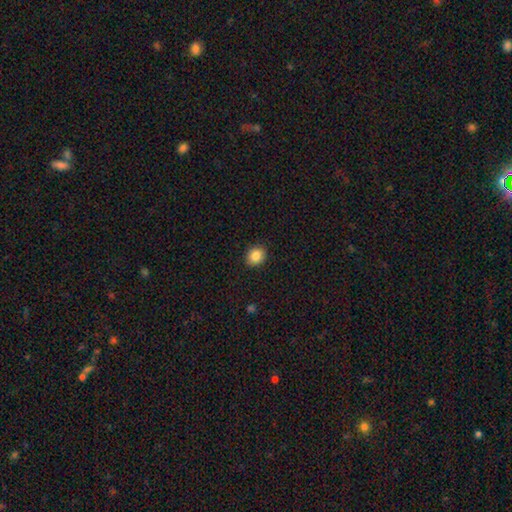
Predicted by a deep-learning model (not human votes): Q: Smooth or featured?
A: smooth (87%); runner-up: star or artifact (9%)
Q: How rounded?
A: round (64%); runner-up: in between (35%)
Q: Merging?
A: none (90%); runner-up: minor disturbance (7%)